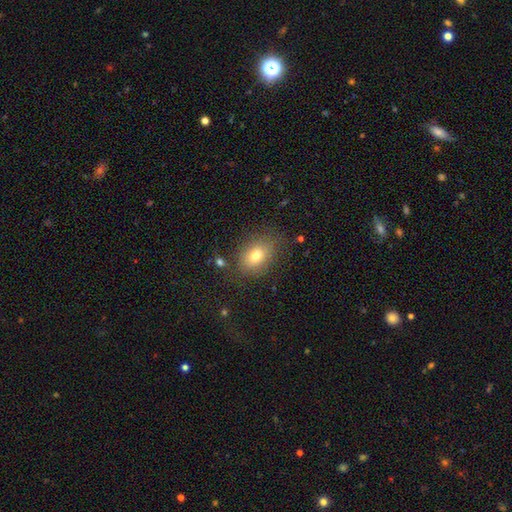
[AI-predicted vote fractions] Morphology: type=smooth (76%); roundness=in between (66%); merging=none (77%).